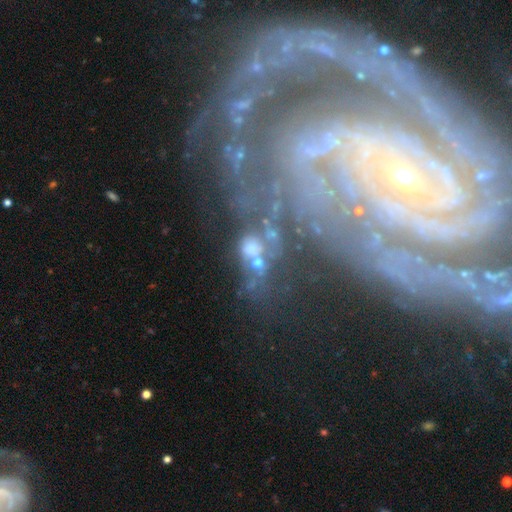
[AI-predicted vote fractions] A featured or disk galaxy (44%). Merging: none (43%).